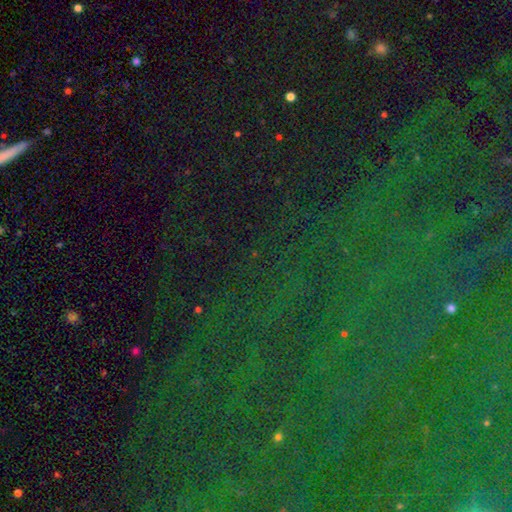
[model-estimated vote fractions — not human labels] A star or artifact, not a galaxy (83%).

Vote fractions:
- Smooth or featured? star or artifact: 83% / smooth: 9% / featured or disk: 9%